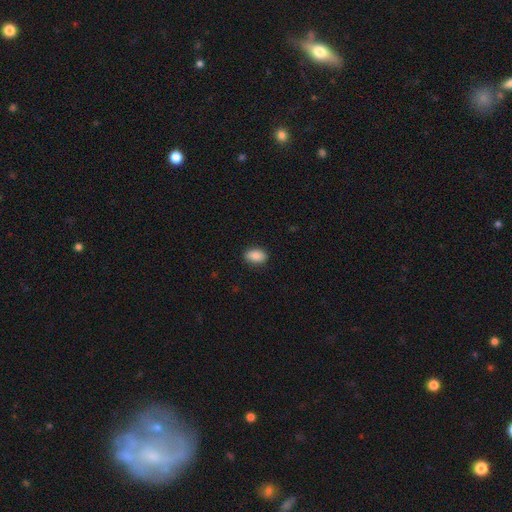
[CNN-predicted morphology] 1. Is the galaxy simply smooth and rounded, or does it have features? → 88% smooth, 7% star or artifact, 4% featured or disk.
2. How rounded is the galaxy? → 87% in between, 11% round, 2% cigar-shaped.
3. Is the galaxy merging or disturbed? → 86% none, 10% minor disturbance, 2% major disturbance, 1% merger.